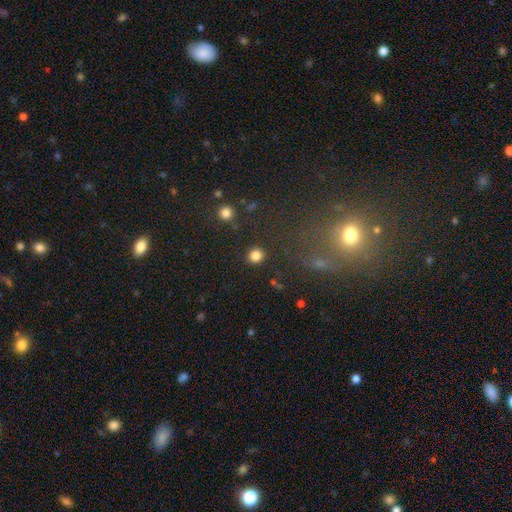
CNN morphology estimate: smooth 83%, star or artifact 12%, featured or disk 5%. Down the decision tree: how rounded — round (88%); merging — none (90%).